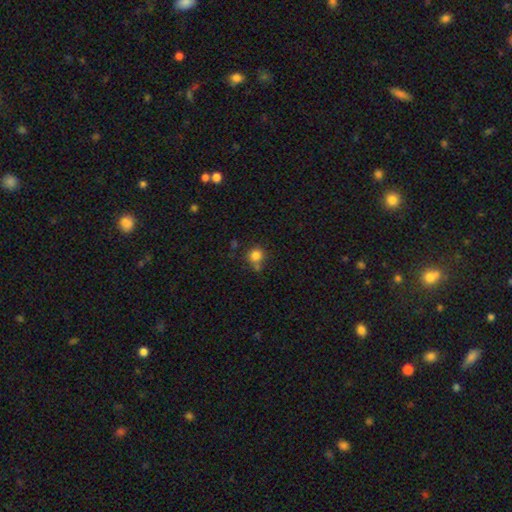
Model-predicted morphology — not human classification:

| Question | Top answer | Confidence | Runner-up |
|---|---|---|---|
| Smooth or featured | smooth | 82% | star or artifact (12%) |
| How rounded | round | 90% | in between (9%) |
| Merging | none | 62% | merger (17%) |